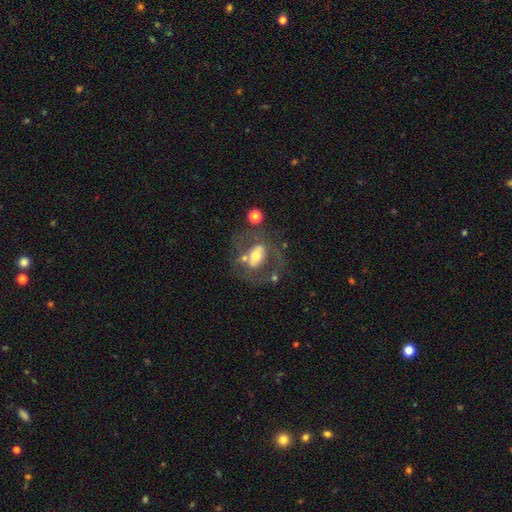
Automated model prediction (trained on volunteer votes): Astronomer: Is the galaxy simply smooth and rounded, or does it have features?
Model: featured or disk — 61%.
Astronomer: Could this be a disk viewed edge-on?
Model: no — 93%.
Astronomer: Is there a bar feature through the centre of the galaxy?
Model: no — 42% (runner-up: weak, 29%).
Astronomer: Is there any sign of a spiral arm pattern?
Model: no — 59% (runner-up: yes, 41%).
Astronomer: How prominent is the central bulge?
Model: moderate — 63%.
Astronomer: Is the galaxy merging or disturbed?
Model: none — 46% (runner-up: major disturbance, 22%).